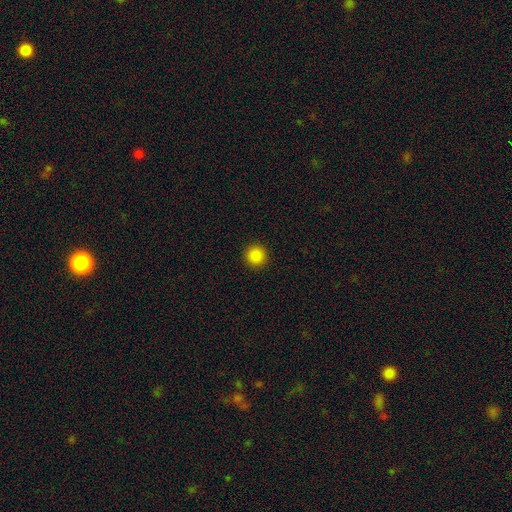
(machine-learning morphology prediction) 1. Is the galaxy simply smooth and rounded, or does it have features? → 86% smooth, 11% star or artifact, 3% featured or disk.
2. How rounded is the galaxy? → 95% round, 4% in between, 1% cigar-shaped.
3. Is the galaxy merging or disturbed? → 93% none, 4% minor disturbance, 2% major disturbance, 1% merger.